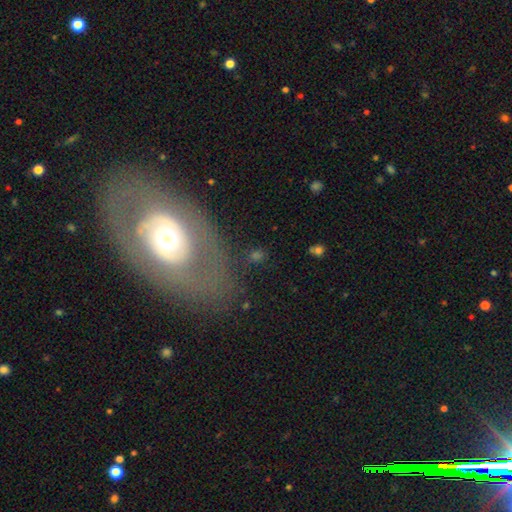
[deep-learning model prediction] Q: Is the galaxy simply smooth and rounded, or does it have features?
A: featured or disk — 44%.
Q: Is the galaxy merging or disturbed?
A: none — 64%.